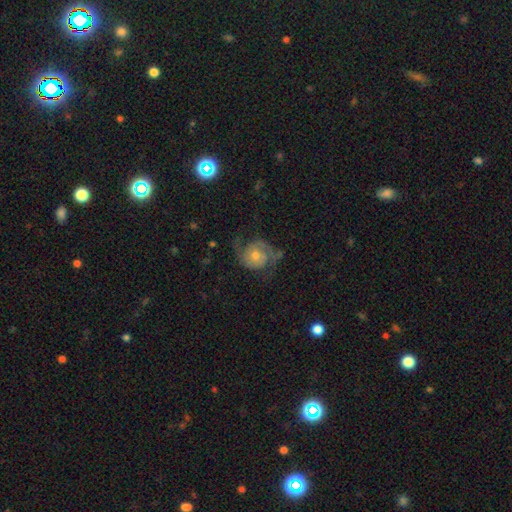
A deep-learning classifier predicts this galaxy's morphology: This is clearly a featured or disk galaxy (80%). It is clearly not viewed edge-on (98%). Bar: likely no (76%). Spiral arm pattern: clearly yes (95%). Spiral arm count: clearly 2 (88%). Spiral winding: possibly medium (46%). Central bulge: possibly moderate (57%). Merging: likely none (68%).